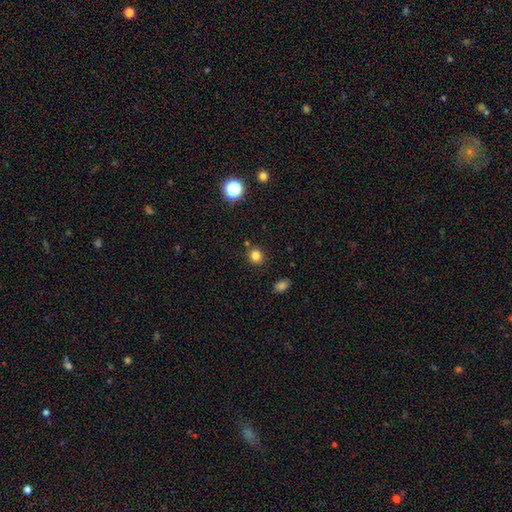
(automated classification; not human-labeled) A smooth galaxy with no disk features (81%) that is round (82%). Merging: none (85%).